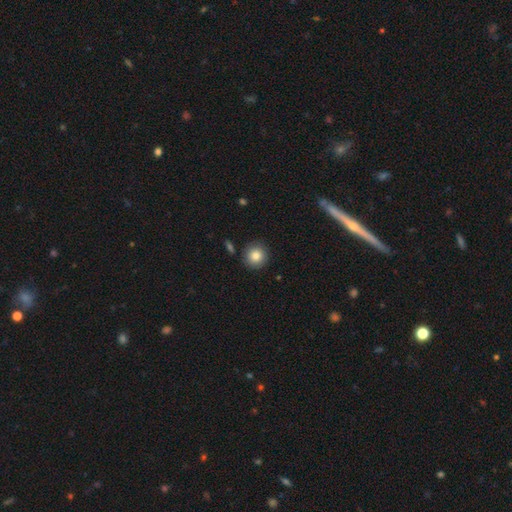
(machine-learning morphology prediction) smooth 83%, star or artifact 9%, featured or disk 8%. Down the decision tree: how rounded — round (93%); merging — none (88%).